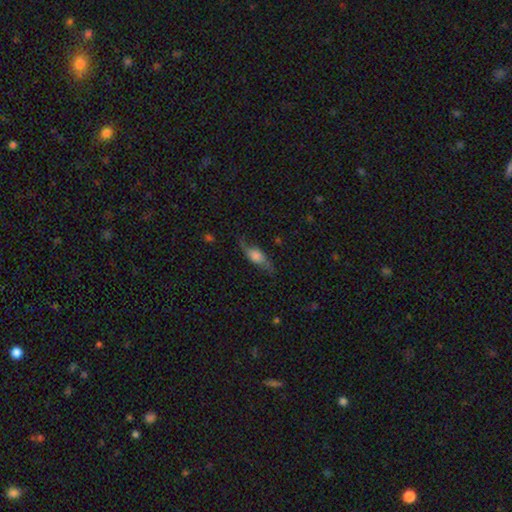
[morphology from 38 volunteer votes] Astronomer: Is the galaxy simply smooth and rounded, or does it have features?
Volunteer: featured or disk — 53% (runner-up: smooth, 39%).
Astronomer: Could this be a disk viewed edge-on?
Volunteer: yes — 55% (runner-up: no, 45%).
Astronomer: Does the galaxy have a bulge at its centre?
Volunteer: rounded — 91%.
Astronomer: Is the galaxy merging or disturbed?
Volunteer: none — 51% (runner-up: minor disturbance, 29%).